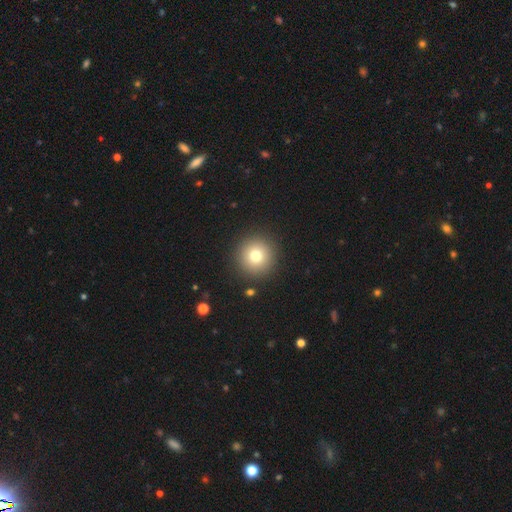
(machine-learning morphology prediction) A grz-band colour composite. It shows a smooth galaxy with no disk features (77%) that is round (95%). Merging: none (91%).